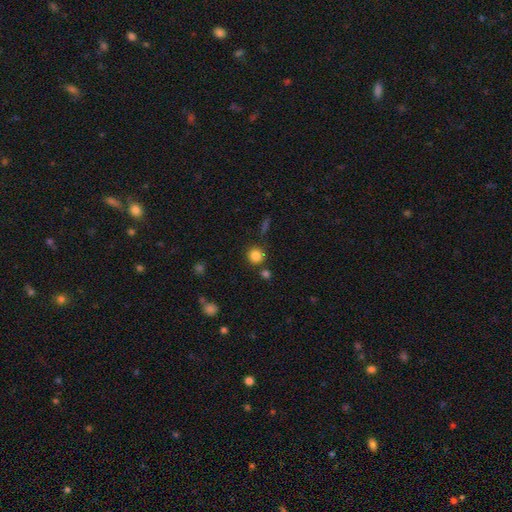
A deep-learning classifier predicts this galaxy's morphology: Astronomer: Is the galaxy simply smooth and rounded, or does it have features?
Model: smooth — 84%.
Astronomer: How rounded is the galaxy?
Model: round — 93%.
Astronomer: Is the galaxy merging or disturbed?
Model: none — 82%.